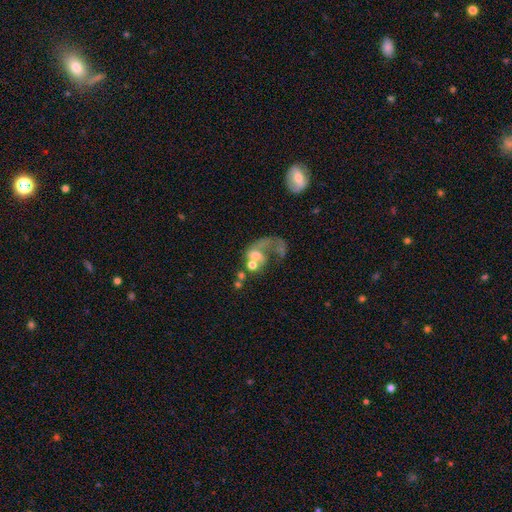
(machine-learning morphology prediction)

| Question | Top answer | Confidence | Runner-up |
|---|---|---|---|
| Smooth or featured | featured or disk | 53% | smooth (34%) |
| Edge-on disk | no | 97% | yes (3%) |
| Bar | no | 79% | weak (16%) |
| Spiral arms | no | 56% | yes (44%) |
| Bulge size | moderate | 41% | large (19%) |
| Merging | merger | 42% | major disturbance (37%) |